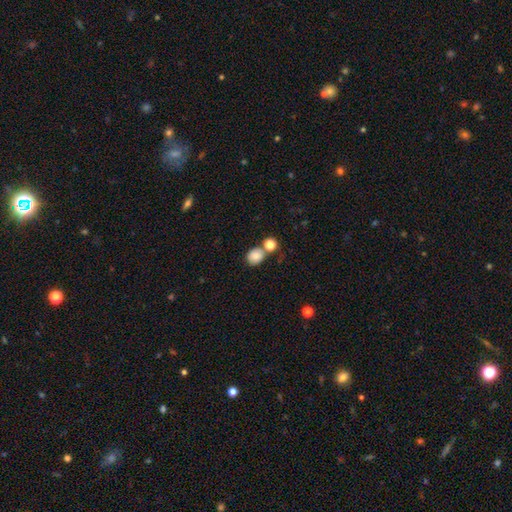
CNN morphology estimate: type=smooth (83%); roundness=round (66%); merging=none (57%).